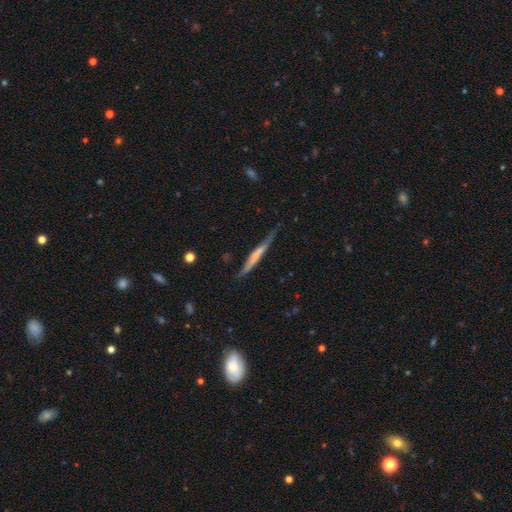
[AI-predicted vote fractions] A featured or disk galaxy (51%) viewed edge-on (93%). Merging: none (70%).